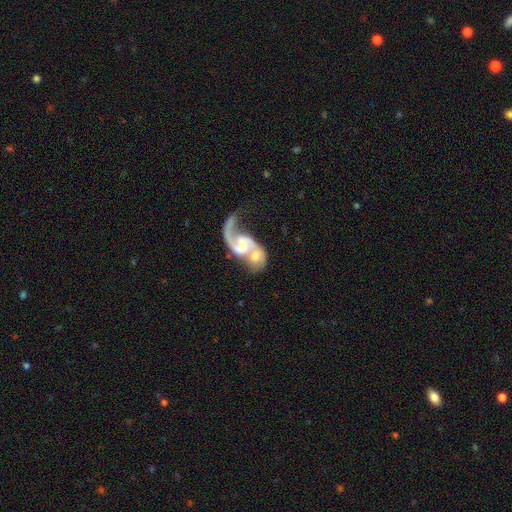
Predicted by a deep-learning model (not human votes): Smooth or featured? Predicted: featured or disk (p=0.80). Edge-on disk? Predicted: no (p=0.97). Bar? Predicted: weak (p=0.43). Spiral arms? Predicted: yes (p=0.90). Spiral winding? Predicted: loose (p=0.66). Spiral arm count? Predicted: 2 (p=0.68). Bulge size? Predicted: moderate (p=0.37). Merging? Predicted: merger (p=0.63).